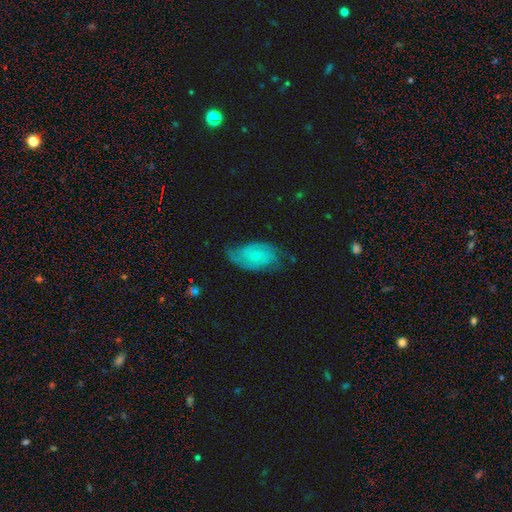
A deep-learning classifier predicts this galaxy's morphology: A featured or disk galaxy (66%) with no bar (72%), 2 (65%) tight (42%) spiral arms (91%) and a small central bulge (71%). Merging: none (64%).